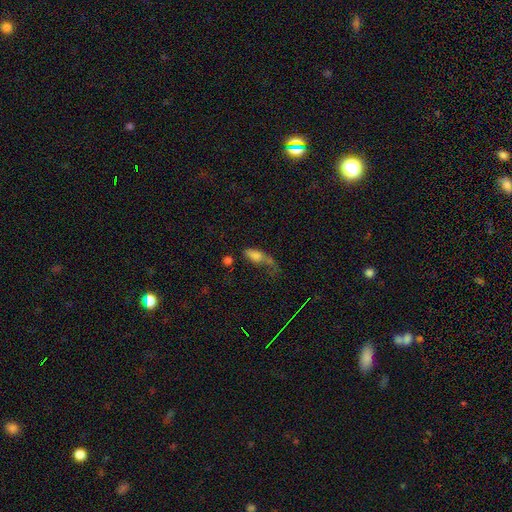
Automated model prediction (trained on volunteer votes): smooth_or_featured: smooth (p=0.68) [alt: featured or disk p=0.20]
how_rounded: in between (p=0.76) [alt: cigar-shaped p=0.17]
merging: major disturbance (p=0.41) [alt: none p=0.23]